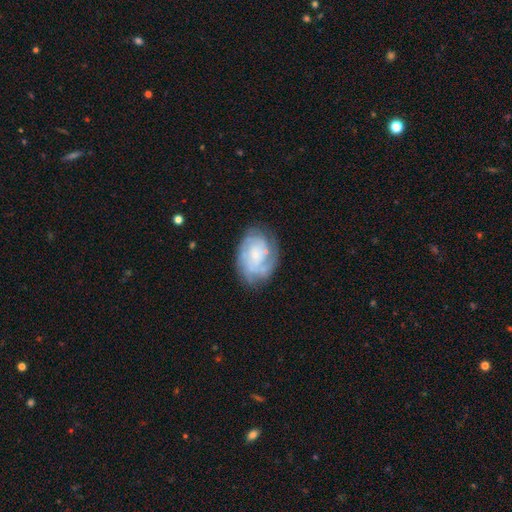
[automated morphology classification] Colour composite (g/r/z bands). It shows a featured or disk galaxy (70%) with no bar (75%), tight (60%) spiral arms (87%) and a small central bulge (66%). Merging: none (67%).